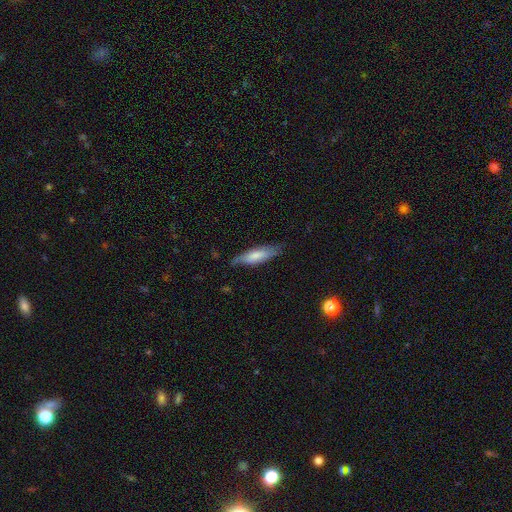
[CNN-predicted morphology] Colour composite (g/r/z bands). It shows a smooth galaxy with no disk features (66%) that is cigar-shaped (60%). Merging: none (71%).